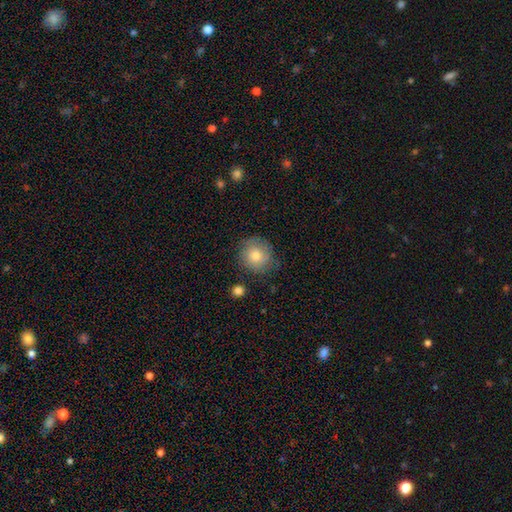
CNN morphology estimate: smooth-or-featured: smooth: 76% | featured or disk: 15% | star or artifact: 9%
  how-rounded: round: 91% | in between: 8% | cigar-shaped: 1%
  merging: none: 80% | minor disturbance: 15% | major disturbance: 4% | merger: 2%